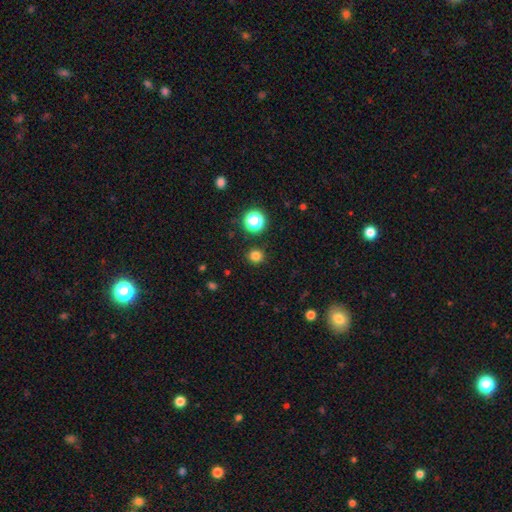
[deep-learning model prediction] Morphology: type=smooth (79%); roundness=round (93%); merging=none (90%).